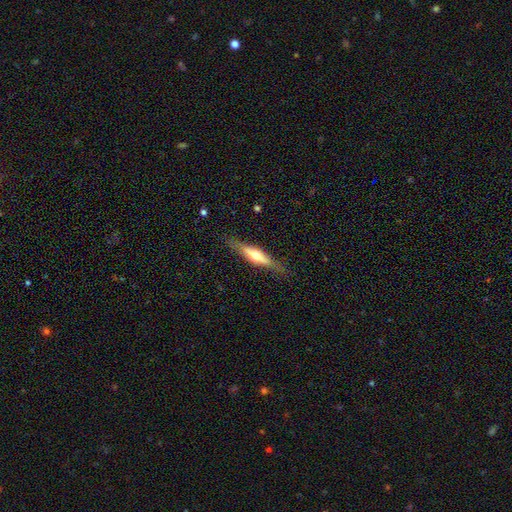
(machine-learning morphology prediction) smooth-or-featured: featured or disk: 57% | smooth: 37% | star or artifact: 6%
  disk-edge-on: yes: 90% | no: 10%
    edge-on-bulge: rounded: 89% | boxy: 6% | none: 6%
  merging: none: 82% | minor disturbance: 13% | major disturbance: 3% | merger: 1%